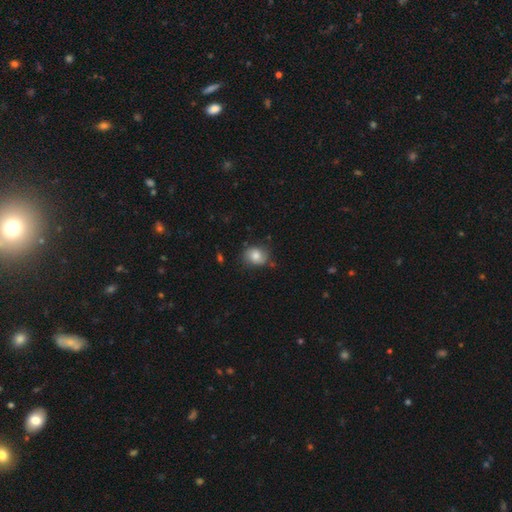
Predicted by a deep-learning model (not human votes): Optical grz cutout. It shows a smooth galaxy with no disk features (77%) that is round (54%). Merging: none (69%).